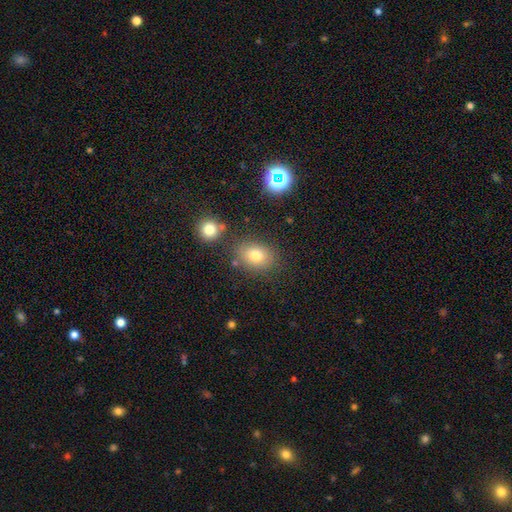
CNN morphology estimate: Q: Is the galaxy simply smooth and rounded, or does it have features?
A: smooth — 75%.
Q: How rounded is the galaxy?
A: in between — 63%.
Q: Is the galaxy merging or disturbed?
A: none — 78%.